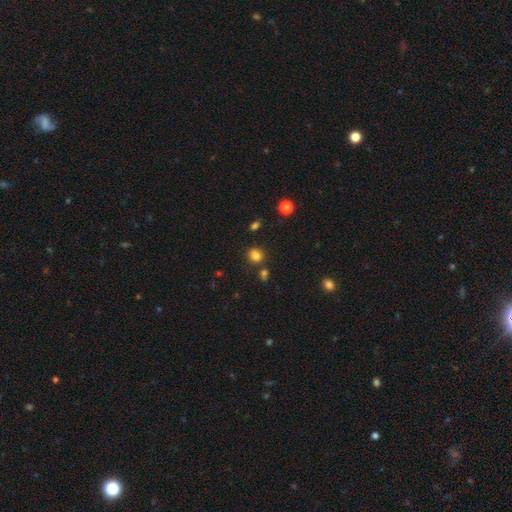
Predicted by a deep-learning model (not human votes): Smooth or featured? smooth (80%)
How rounded? round (80%)
Merging? none (78%)